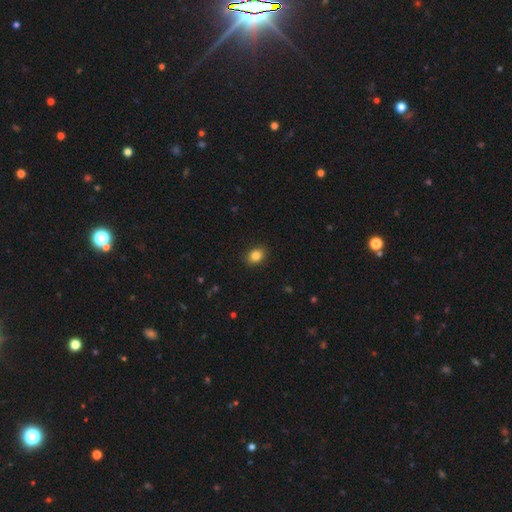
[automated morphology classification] Overall: smooth (85%). How rounded: in between (51%; round 48%). Merging: none (89%).